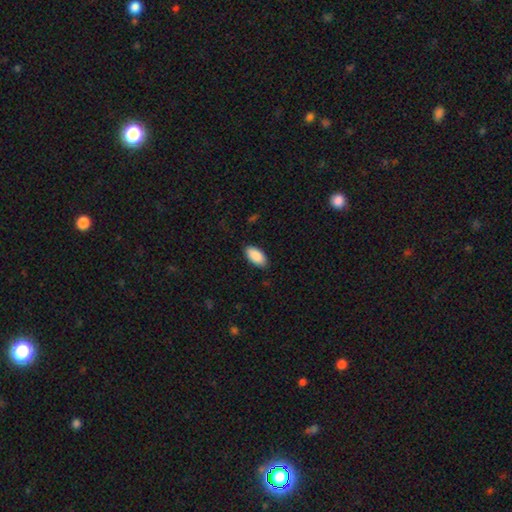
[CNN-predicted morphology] This is clearly a smooth galaxy (90%). How rounded: clearly in between (94%). Merging: clearly none (87%).